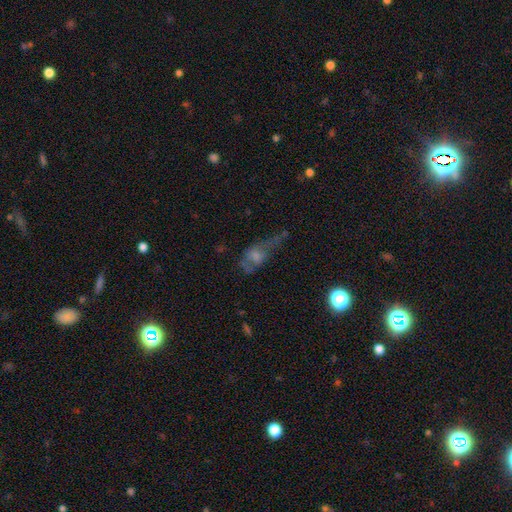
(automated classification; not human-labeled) This is possibly a smooth galaxy (45%). Merging: marginally major disturbance (45%).